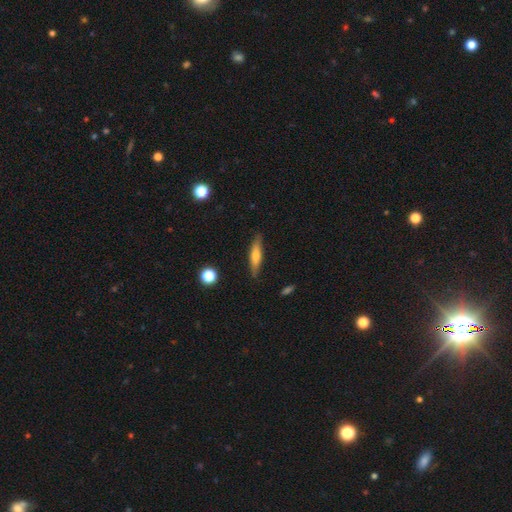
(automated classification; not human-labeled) Smooth or featured? smooth (51%)
How rounded? cigar-shaped (78%)
Merging? none (85%)